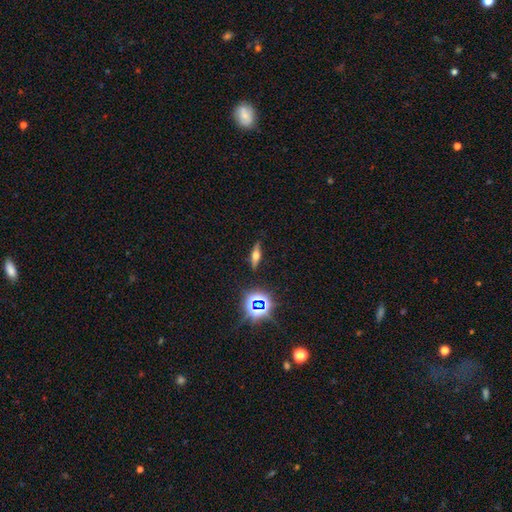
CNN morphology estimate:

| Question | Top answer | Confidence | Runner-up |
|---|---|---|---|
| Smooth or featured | featured or disk | 47% | smooth (35%) |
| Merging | none | 87% | minor disturbance (9%) |